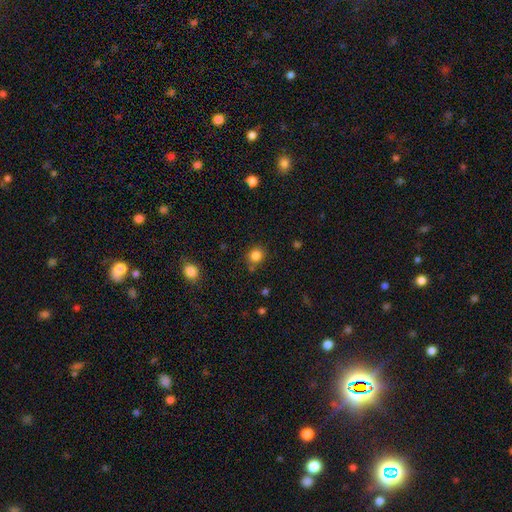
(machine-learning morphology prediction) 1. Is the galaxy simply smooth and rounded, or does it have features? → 84% smooth, 12% star or artifact, 4% featured or disk.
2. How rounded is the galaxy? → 82% round, 17% in between, 1% cigar-shaped.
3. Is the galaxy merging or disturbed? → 80% none, 11% minor disturbance, 6% merger, 3% major disturbance.